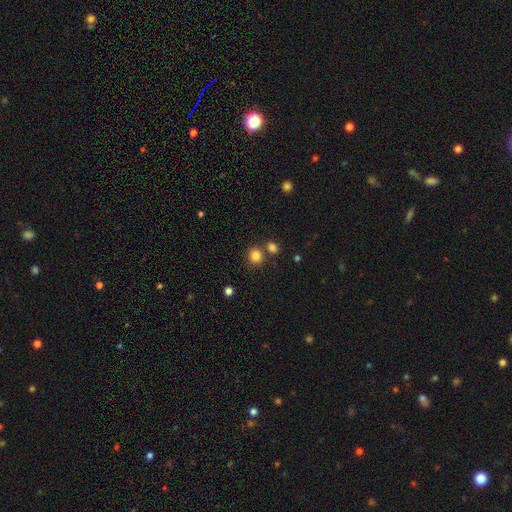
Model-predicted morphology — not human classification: A smooth galaxy with no disk features (83%) that is round (86%).

Vote fractions:
- Smooth or featured? smooth: 83% / star or artifact: 12% / featured or disk: 5%
- How rounded? round: 86% / in between: 13% / cigar-shaped: 1%
- Merging? none: 73% / merger: 16% / minor disturbance: 8% / major disturbance: 3%